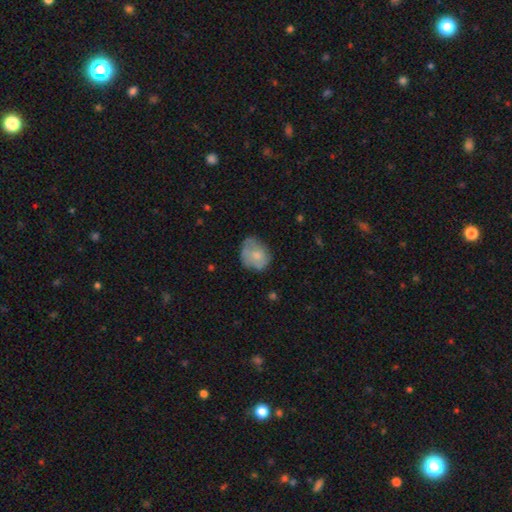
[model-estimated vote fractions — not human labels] smooth 63%, featured or disk 29%, star or artifact 8%. Down the decision tree: how rounded — round (67%); merging — none (56%).